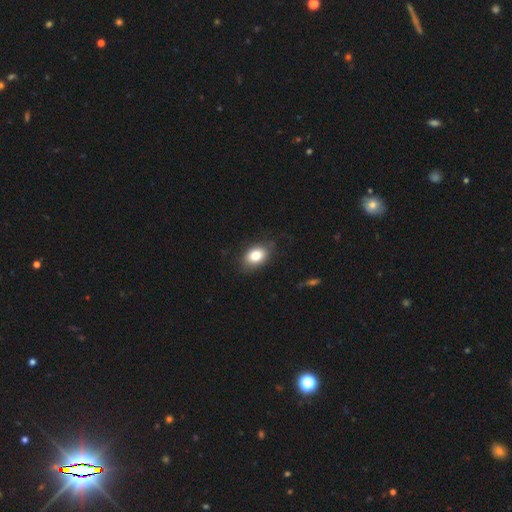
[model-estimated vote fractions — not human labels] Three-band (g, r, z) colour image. It shows a smooth galaxy with no disk features (79%) that is in between round and cigar-shaped (77%). Merging: none (78%).